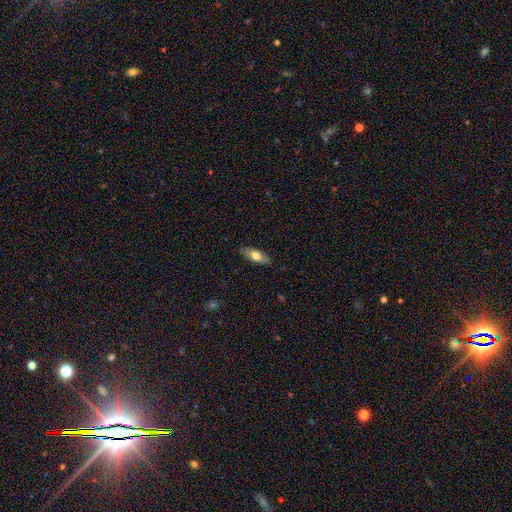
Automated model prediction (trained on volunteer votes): Morphology: type=smooth (68%); roundness=in between (75%); merging=none (83%).